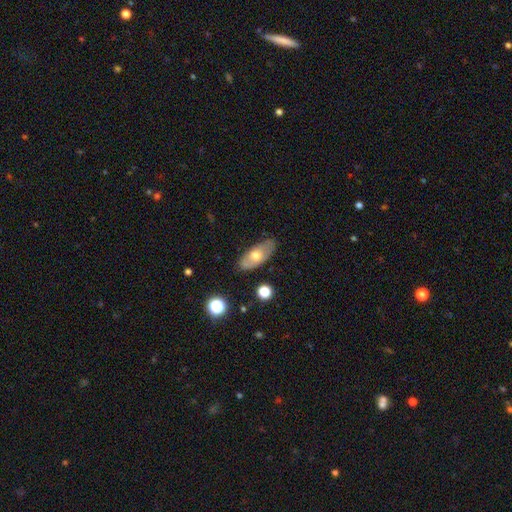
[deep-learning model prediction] This is possibly a smooth galaxy (58%). How rounded: clearly in between (85%). Merging: likely none (78%).